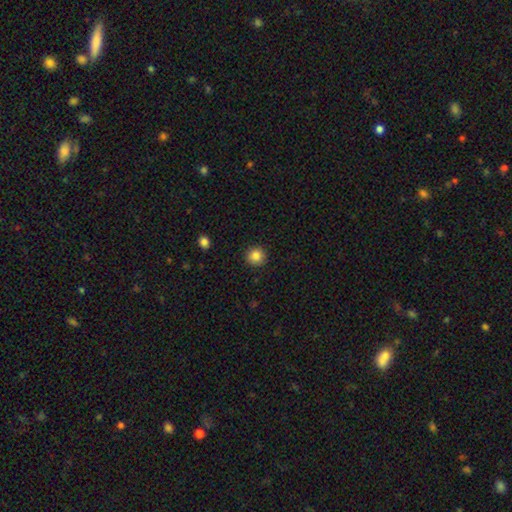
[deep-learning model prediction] smooth_or_featured: smooth (p=0.86) [alt: star or artifact p=0.10]
how_rounded: round (p=0.93) [alt: in between p=0.06]
merging: none (p=0.90) [alt: minor disturbance p=0.07]